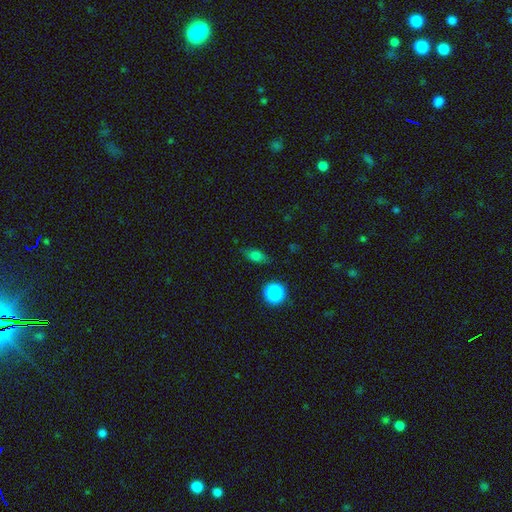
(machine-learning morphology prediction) This appears to be a smooth galaxy with no disk features (74%) that is in between round and cigar-shaped (72%). Merging: none (78%).